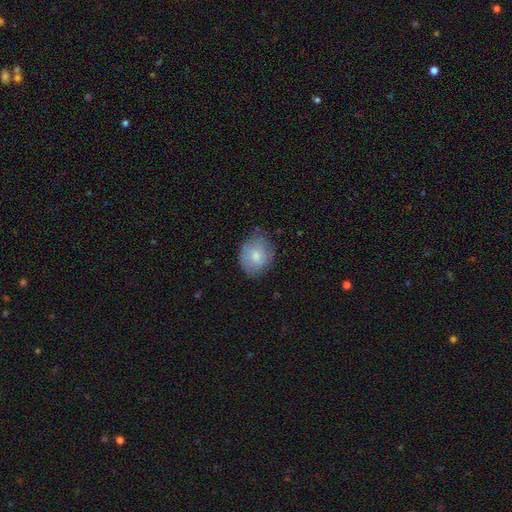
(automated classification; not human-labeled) A smooth galaxy with no disk features (76%) that is in between round and cigar-shaped (55%). Merging: none (71%).